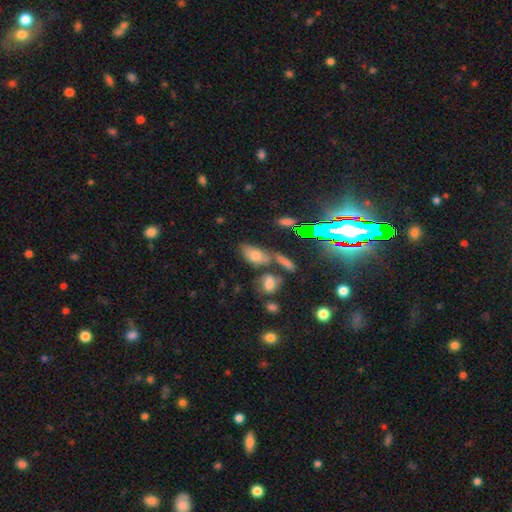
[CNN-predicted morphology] This appears to be a smooth galaxy with no disk features (62%) that is in between round and cigar-shaped (85%). Merging: none (51%).